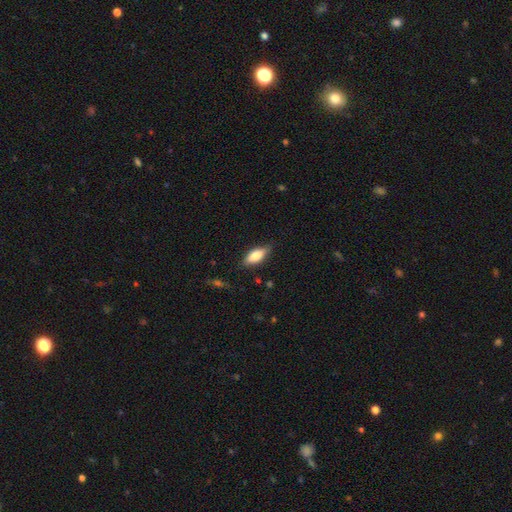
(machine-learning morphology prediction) This appears to be a smooth galaxy with no disk features (76%) that is in between round and cigar-shaped (76%). Merging: none (79%).